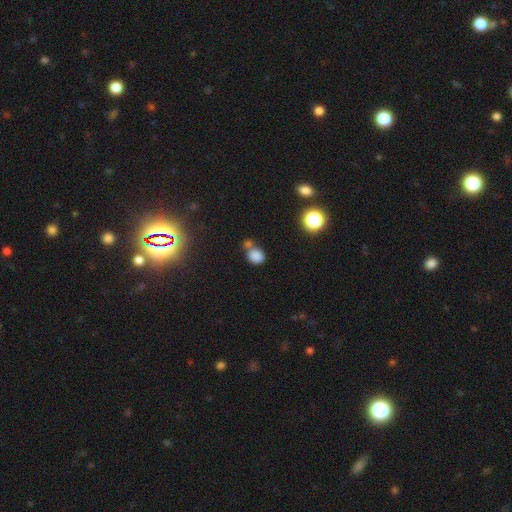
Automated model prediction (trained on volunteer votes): Smooth or featured: smooth — 80% (star or artifact — 14%)
How rounded: round — 63% (in between — 36%)
Merging: none — 54% (merger — 27%)